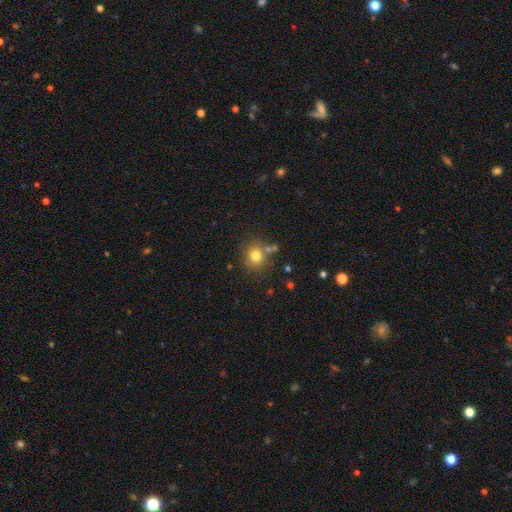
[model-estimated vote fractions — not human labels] Smooth or featured?
  - smooth: 78% *
  - star or artifact: 13%
  - featured or disk: 9%
How rounded?
  - round: 82% *
  - in between: 17%
  - cigar-shaped: 1%
Merging?
  - none: 73% *
  - minor disturbance: 12%
  - merger: 10%
  - major disturbance: 4%